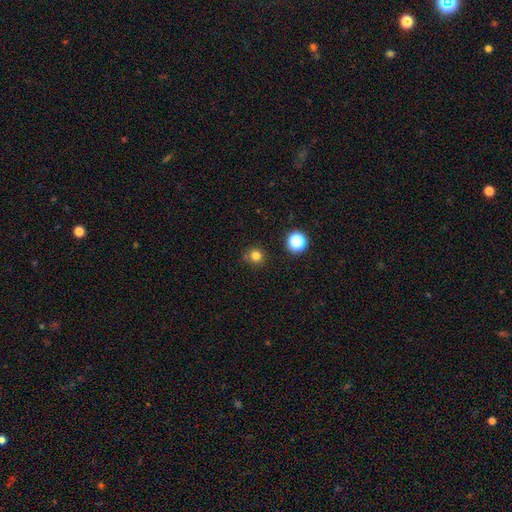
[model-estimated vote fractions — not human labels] smooth-or-featured: smooth: 79% | star or artifact: 16% | featured or disk: 5%
  how-rounded: round: 92% | in between: 7% | cigar-shaped: 1%
  merging: none: 82% | minor disturbance: 12% | major disturbance: 3% | merger: 3%